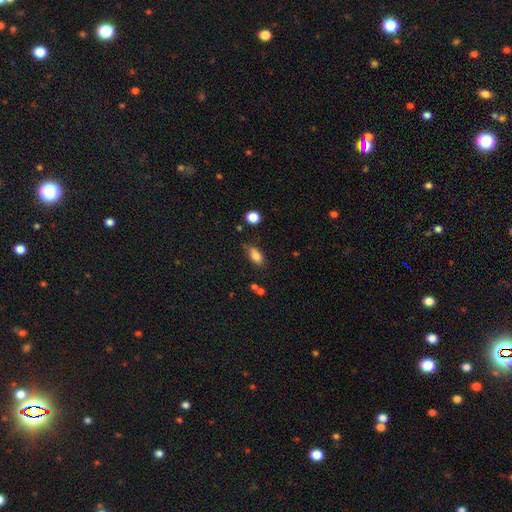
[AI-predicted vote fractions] A smooth galaxy with no disk features (81%) that is in between round and cigar-shaped (86%). Merging: none (64%).